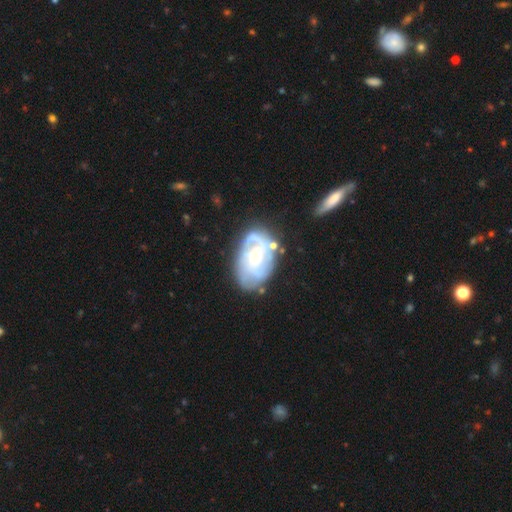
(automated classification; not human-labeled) A featured or disk galaxy (79%) with no bar (62%), 2 (37%) tight (52%) spiral arms (88%) and a moderate central bulge (59%). Merging: none (64%).